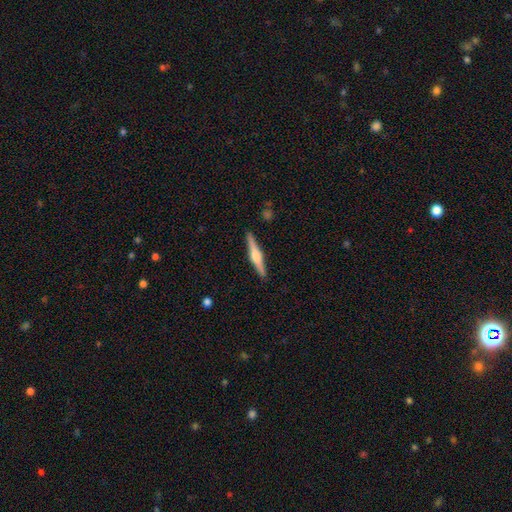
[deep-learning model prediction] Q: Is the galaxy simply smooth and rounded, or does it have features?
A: featured or disk — 69%.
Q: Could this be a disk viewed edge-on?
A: yes — 98%.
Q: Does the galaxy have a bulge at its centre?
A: rounded — 89%.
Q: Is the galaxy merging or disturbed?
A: none — 91%.